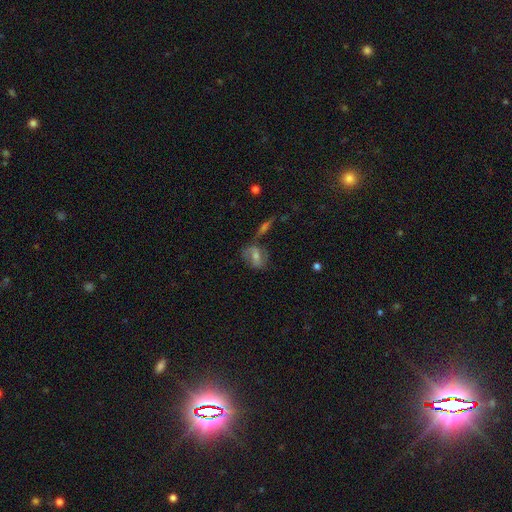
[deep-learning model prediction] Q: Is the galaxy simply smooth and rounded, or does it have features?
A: featured or disk — 50%.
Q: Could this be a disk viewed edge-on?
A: no — 89%.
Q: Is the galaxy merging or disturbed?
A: none — 62%.